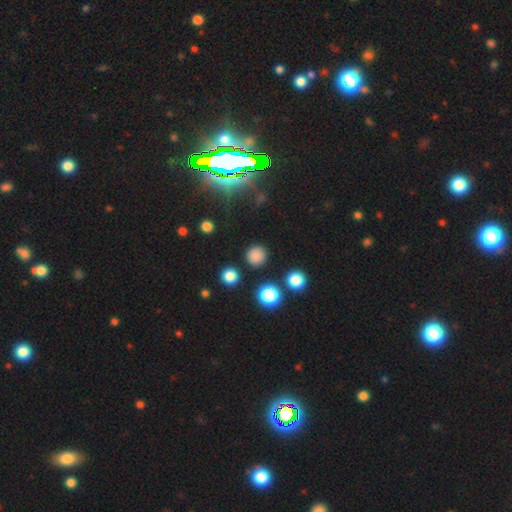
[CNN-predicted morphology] Smooth or featured? smooth (79%)
How rounded? round (94%)
Merging? none (87%)